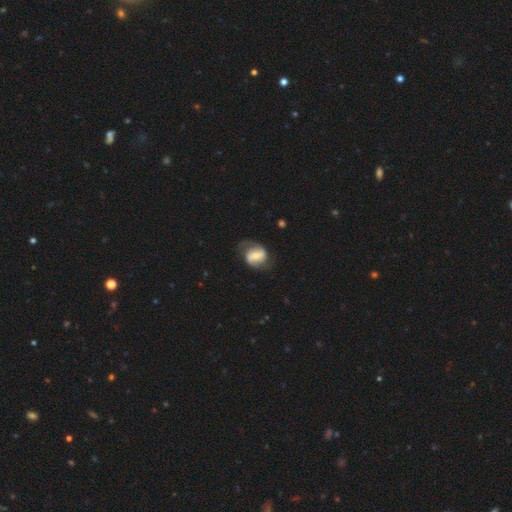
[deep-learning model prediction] smooth_or_featured: featured or disk (p=0.69) [alt: smooth p=0.25]
disk_edge_on: no (p=0.97) [alt: yes p=0.03]
bar: weak (p=0.42) [alt: strong p=0.31]
has_spiral_arms: yes (p=0.88) [alt: no p=0.12]
spiral_winding: medium (p=0.45) [alt: loose p=0.31]
spiral_arm_count: 2 (p=0.84) [alt: can't tell p=0.08]
bulge_size: moderate (p=0.44) [alt: small p=0.43]
merging: none (p=0.63) [alt: minor disturbance p=0.21]